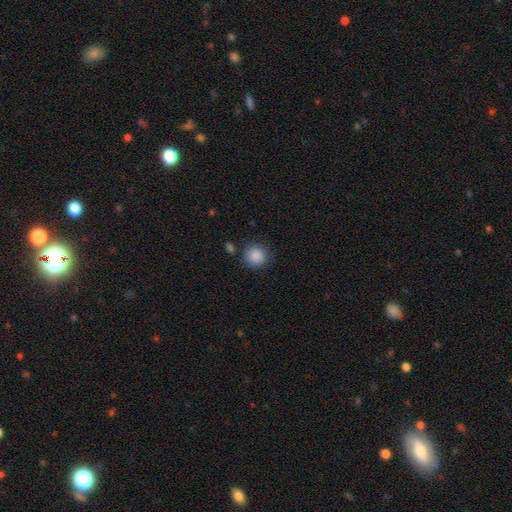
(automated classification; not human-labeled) Smooth or featured?
  - smooth: 88% *
  - star or artifact: 8%
  - featured or disk: 4%
How rounded?
  - round: 91% *
  - in between: 8%
  - cigar-shaped: 1%
Merging?
  - none: 82% *
  - minor disturbance: 12%
  - major disturbance: 3%
  - merger: 3%